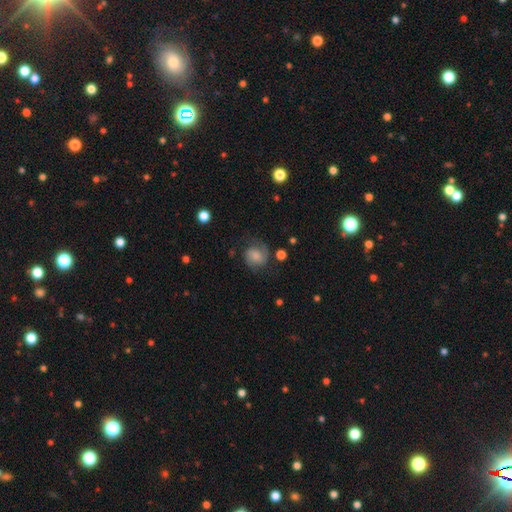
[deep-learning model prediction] Q: Smooth or featured?
A: featured or disk (46%); runner-up: smooth (44%)
Q: Merging?
A: none (64%); runner-up: minor disturbance (22%)